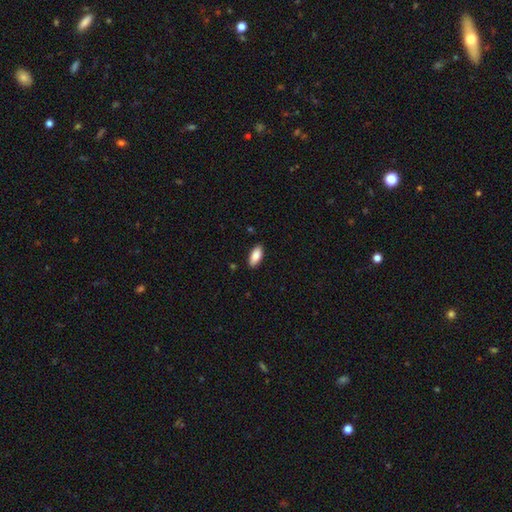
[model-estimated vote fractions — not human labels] Smooth or featured? Predicted: smooth (p=0.86). How rounded? Predicted: in between (p=0.86). Merging? Predicted: none (p=0.88).